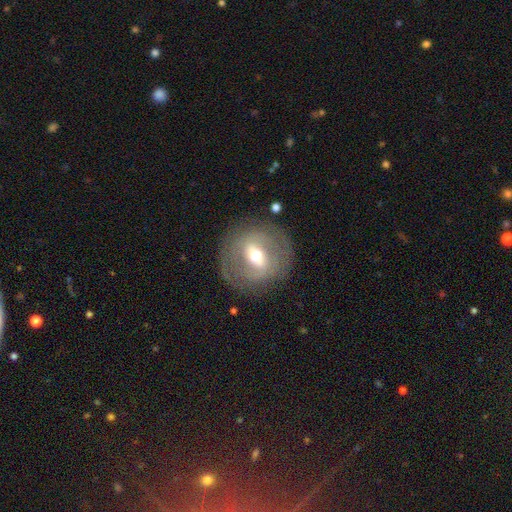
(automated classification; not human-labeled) Overall: featured or disk (65%; smooth 28%). Edge-on disk: no (89%). Bar: strong (44%; weak 38%). Spiral arms: no (64%; yes 36%). Bulge size: moderate (71%). Merging: none (79%).